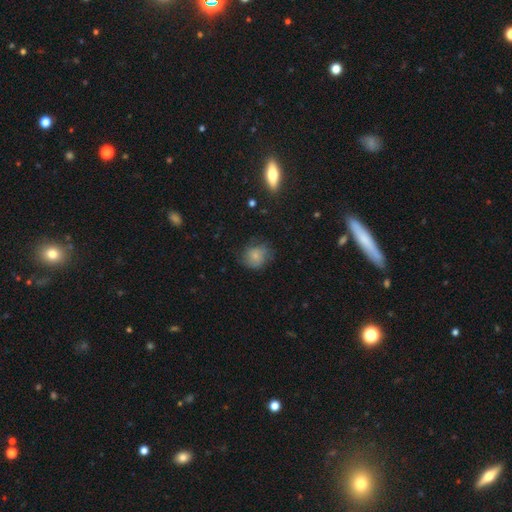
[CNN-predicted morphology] smooth-or-featured: smooth: 71% | featured or disk: 18% | star or artifact: 11%
  how-rounded: round: 73% | in between: 26% | cigar-shaped: 1%
  merging: none: 61% | minor disturbance: 27% | major disturbance: 11% | merger: 1%